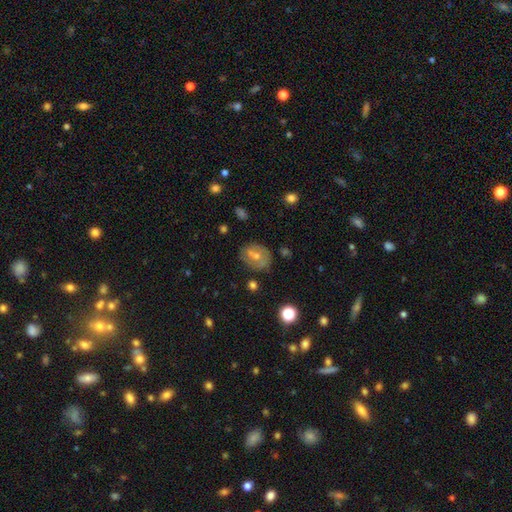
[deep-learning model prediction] Overall: smooth (50%; featured or disk 40%). Merging: none (67%).